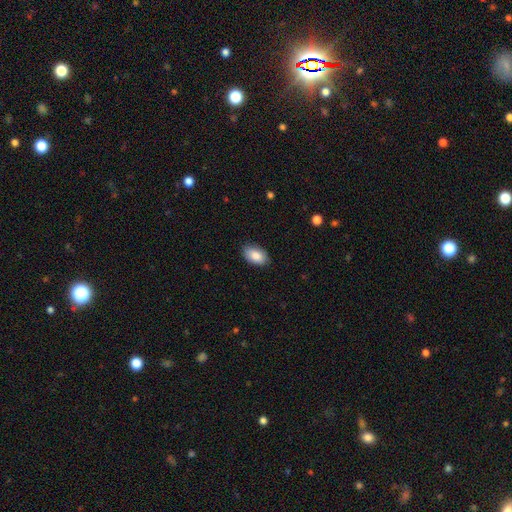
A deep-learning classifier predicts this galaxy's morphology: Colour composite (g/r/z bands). It shows a smooth galaxy with no disk features (87%) that is in between round and cigar-shaped (93%). Merging: none (86%).